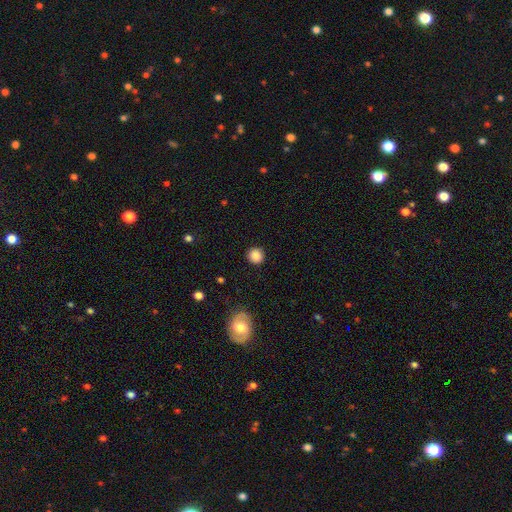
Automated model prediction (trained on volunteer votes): Q: Smooth or featured?
A: smooth (87%); runner-up: star or artifact (10%)
Q: How rounded?
A: round (91%); runner-up: in between (8%)
Q: Merging?
A: none (89%); runner-up: minor disturbance (7%)